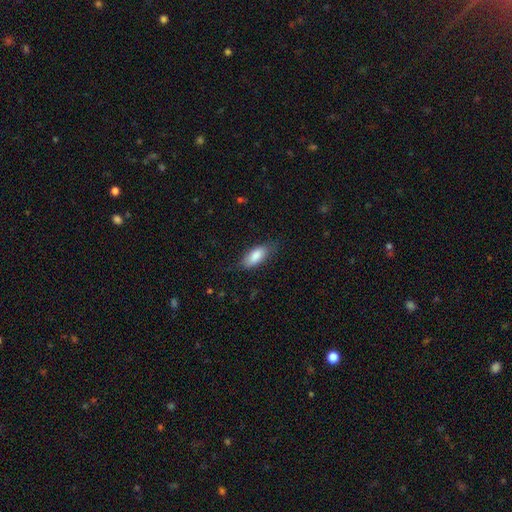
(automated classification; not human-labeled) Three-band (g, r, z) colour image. It shows a smooth galaxy with no disk features (83%) that is in between round and cigar-shaped (83%). Merging: none (72%).